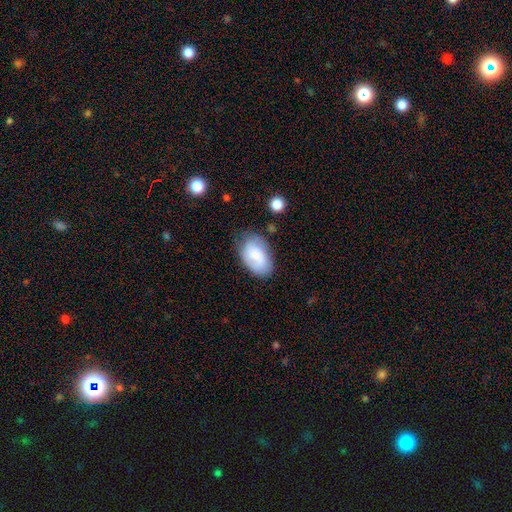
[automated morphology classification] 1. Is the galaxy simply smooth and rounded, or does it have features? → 68% smooth, 25% featured or disk, 8% star or artifact.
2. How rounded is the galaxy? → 90% in between, 8% round, 1% cigar-shaped.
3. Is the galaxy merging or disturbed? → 66% none, 23% minor disturbance, 7% major disturbance, 4% merger.